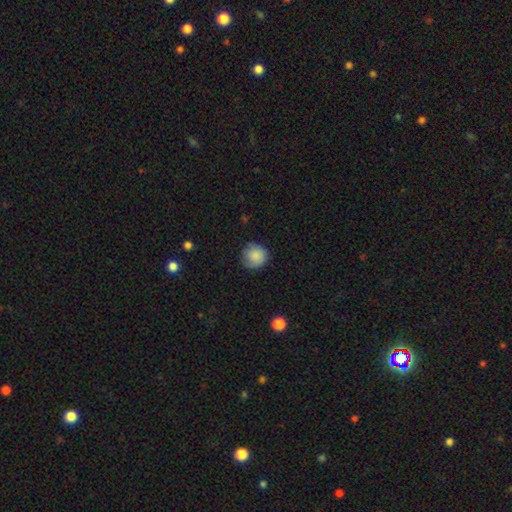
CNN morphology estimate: Smooth or featured? smooth (84%)
How rounded? round (92%)
Merging? none (79%)